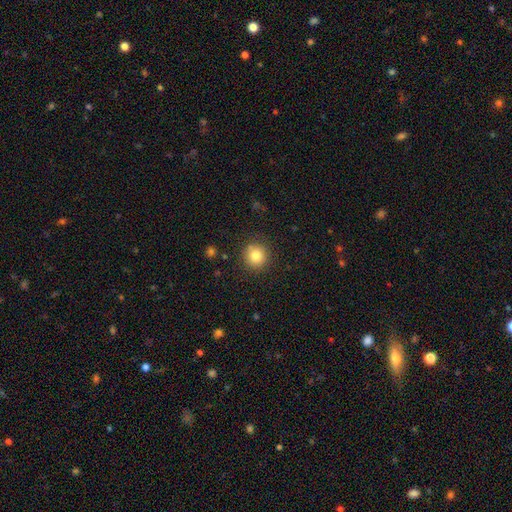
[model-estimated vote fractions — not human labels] smooth-or-featured: smooth: 81% | star or artifact: 11% | featured or disk: 8%
  how-rounded: round: 93% | in between: 6% | cigar-shaped: 1%
  merging: none: 88% | minor disturbance: 8% | major disturbance: 3% | merger: 2%